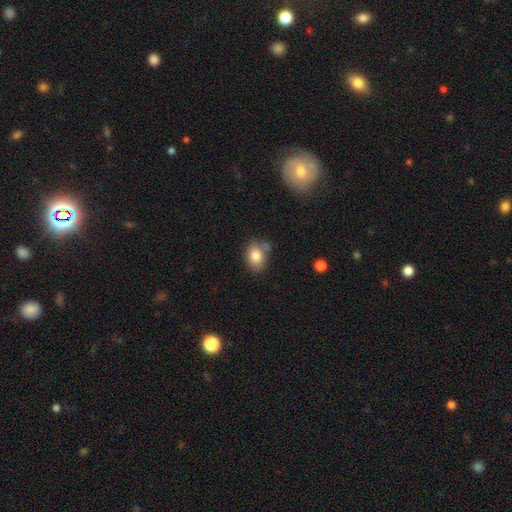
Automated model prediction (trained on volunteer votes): smooth 82%, featured or disk 9%, star or artifact 9%. Down the decision tree: how rounded — in between (67%); merging — none (65%).